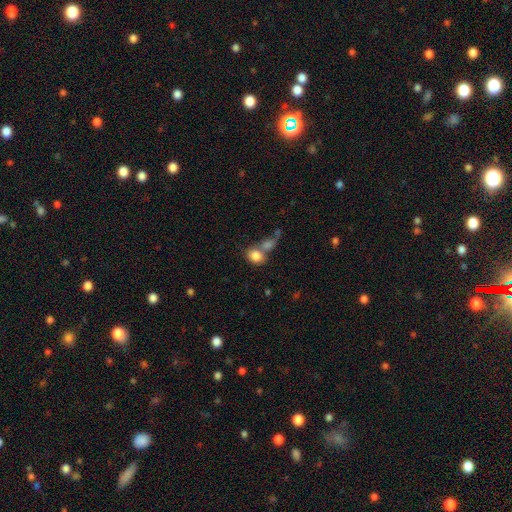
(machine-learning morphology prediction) The model was most divided on "merging": merger: 46%, none: 38%, minor disturbance: 9%, major disturbance: 6%. More confident: smooth or featured — smooth (83%); how rounded — round (56%).